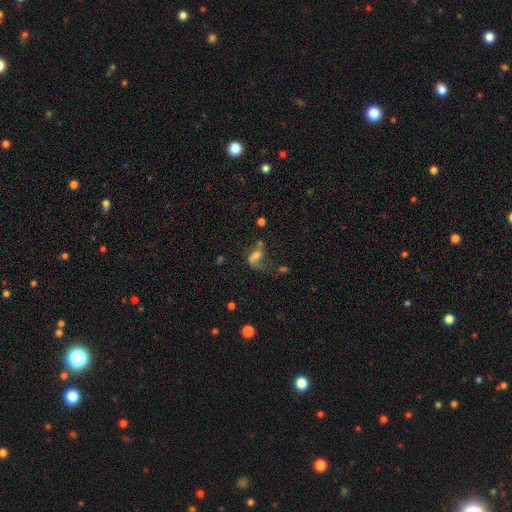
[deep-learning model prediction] The model was most divided on "merging": major disturbance: 35%, none: 31%, minor disturbance: 20%, merger: 14%. Remaining: smooth or featured — featured or disk (46%).